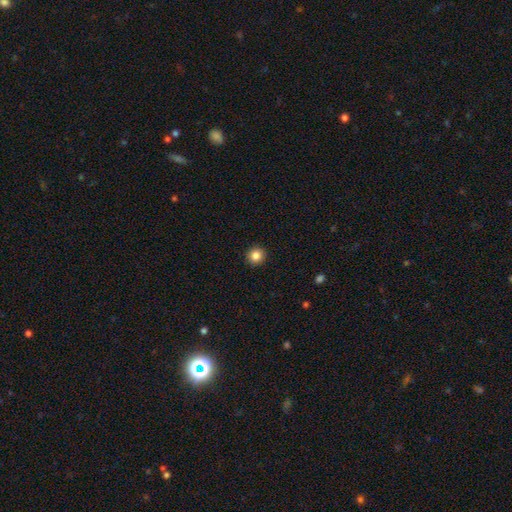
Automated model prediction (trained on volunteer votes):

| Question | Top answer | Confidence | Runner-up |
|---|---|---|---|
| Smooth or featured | smooth | 85% | star or artifact (10%) |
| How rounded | round | 94% | in between (5%) |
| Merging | none | 93% | minor disturbance (4%) |